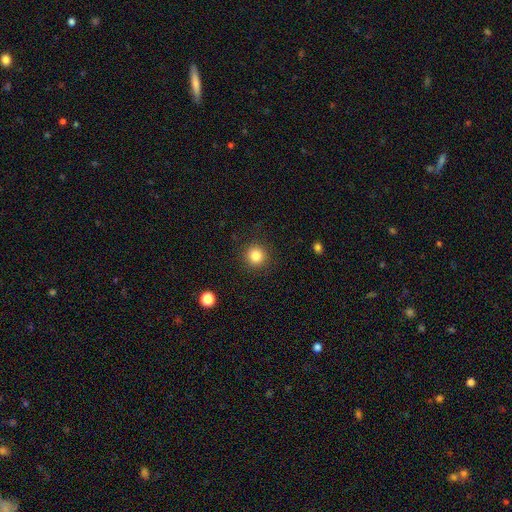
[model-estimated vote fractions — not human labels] This appears to be a smooth galaxy with no disk features (84%) that is round (94%). Merging: none (90%).